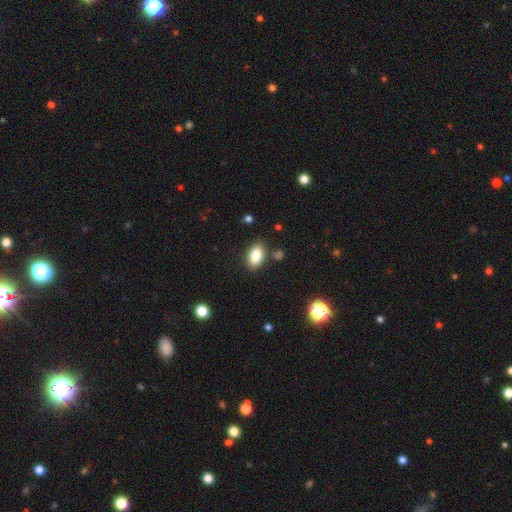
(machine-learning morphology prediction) type=smooth (84%); roundness=in between (90%); merging=none (82%).